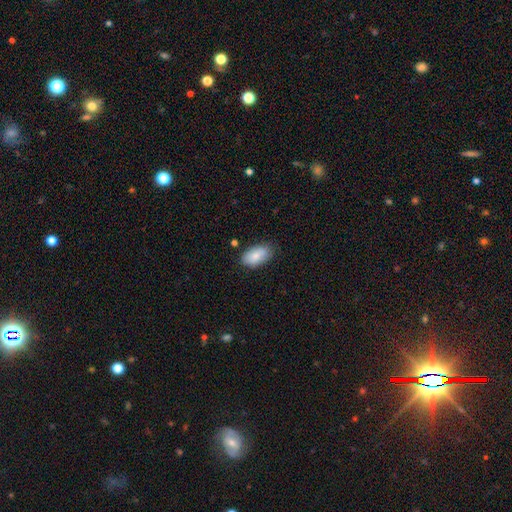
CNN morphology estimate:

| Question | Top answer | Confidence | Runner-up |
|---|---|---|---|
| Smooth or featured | smooth | 84% | featured or disk (9%) |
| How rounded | in between | 94% | round (4%) |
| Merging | none | 78% | minor disturbance (17%) |